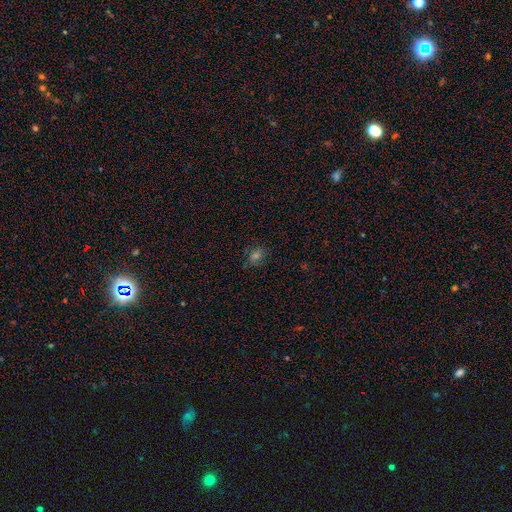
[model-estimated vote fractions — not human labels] A smooth galaxy with no disk features (47%).

Vote fractions:
- Smooth or featured? smooth: 47% / star or artifact: 32% / featured or disk: 20%
- Merging? none: 78% / minor disturbance: 15% / major disturbance: 6% / merger: 2%